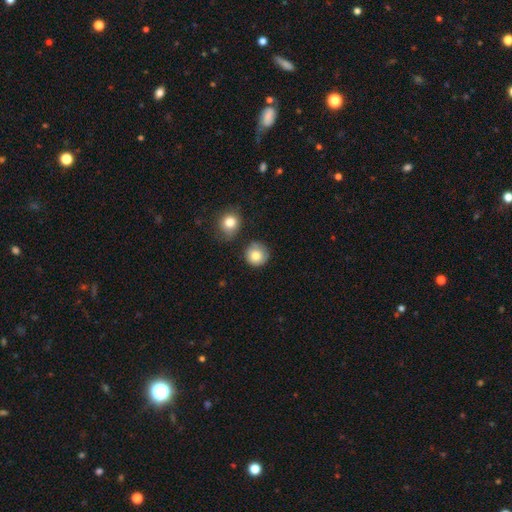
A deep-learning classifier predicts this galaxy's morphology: smooth-or-featured: smooth: 80% | featured or disk: 12% | star or artifact: 8%
  how-rounded: round: 93% | in between: 6% | cigar-shaped: 1%
  merging: none: 75% | minor disturbance: 15% | merger: 6% | major disturbance: 4%